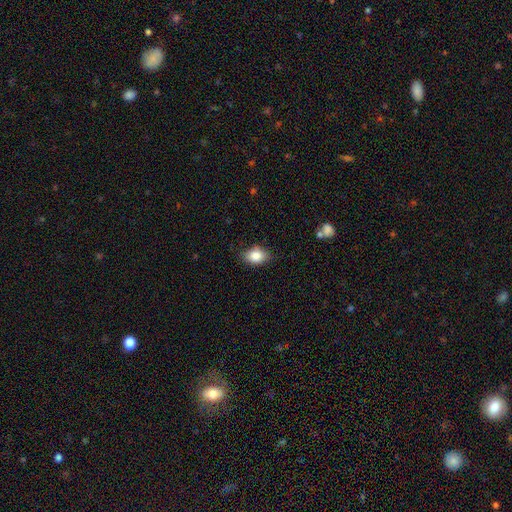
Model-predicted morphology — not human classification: The model was most divided on "how rounded": in between: 78%, round: 20%, cigar-shaped: 1%. More confident: smooth or featured — smooth (85%); merging — none (80%).